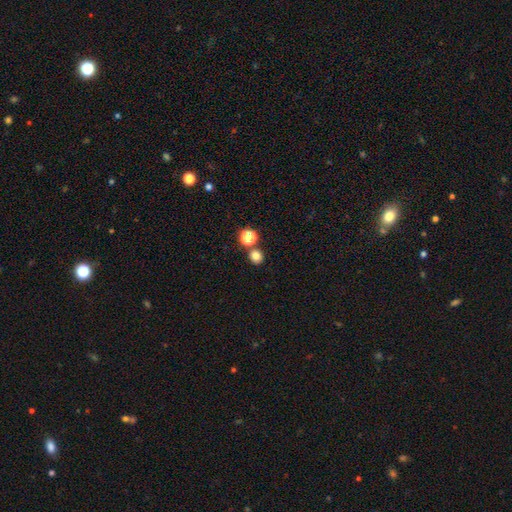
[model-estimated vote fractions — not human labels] Smooth or featured? Predicted: smooth (p=0.79). How rounded? Predicted: round (p=0.83). Merging? Predicted: none (p=0.75).